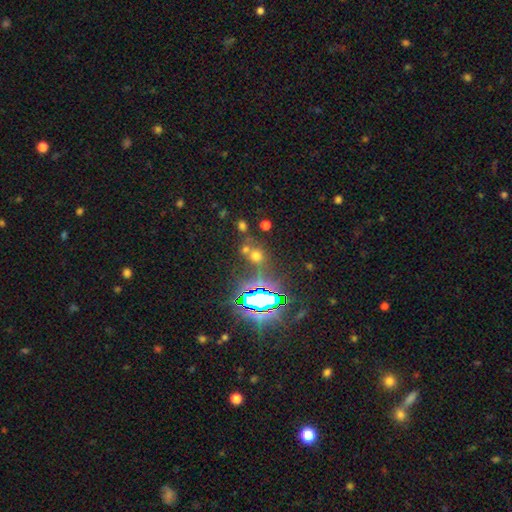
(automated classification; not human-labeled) smooth_or_featured: smooth (p=0.48) [alt: star or artifact p=0.42]
merging: none (p=0.58) [alt: merger p=0.25]